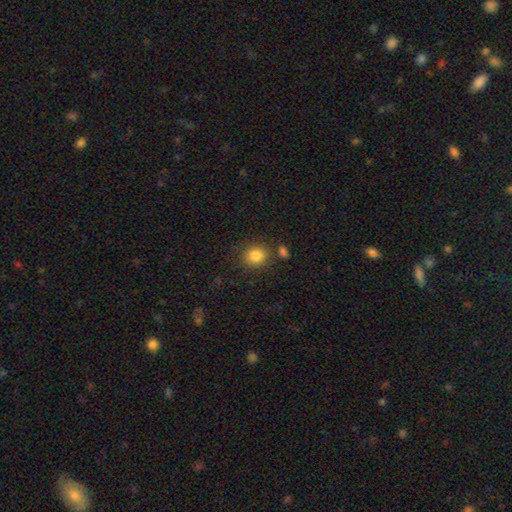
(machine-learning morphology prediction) smooth 85%, star or artifact 10%, featured or disk 5%. Down the decision tree: how rounded — round (80%); merging — none (79%).